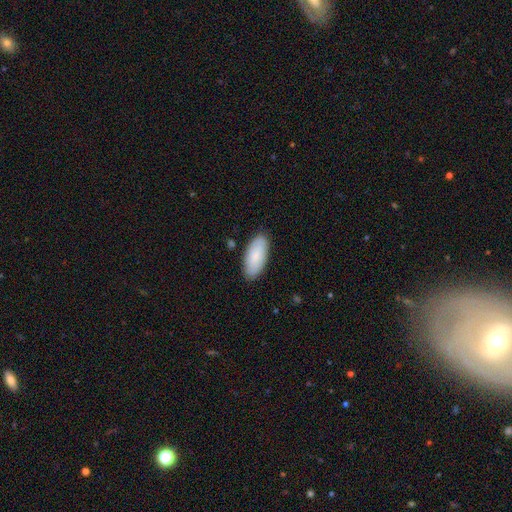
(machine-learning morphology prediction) smooth-or-featured: smooth: 82% | featured or disk: 12% | star or artifact: 6%
  how-rounded: in between: 89% | cigar-shaped: 10% | round: 2%
  merging: none: 87% | minor disturbance: 10% | major disturbance: 2% | merger: 1%